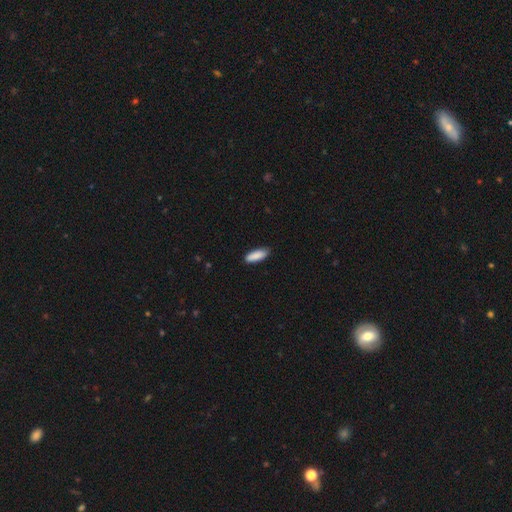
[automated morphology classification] type=smooth (89%); roundness=in between (66%); merging=none (85%).